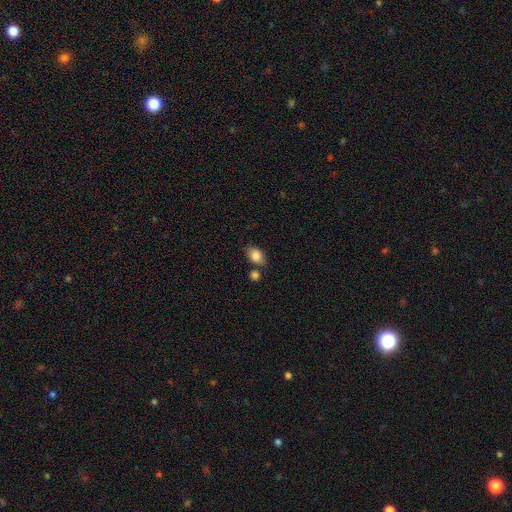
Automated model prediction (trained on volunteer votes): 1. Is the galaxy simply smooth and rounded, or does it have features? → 85% smooth, 8% star or artifact, 7% featured or disk.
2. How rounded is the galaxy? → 80% in between, 18% round, 1% cigar-shaped.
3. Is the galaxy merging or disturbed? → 66% none, 15% merger, 15% minor disturbance, 4% major disturbance.